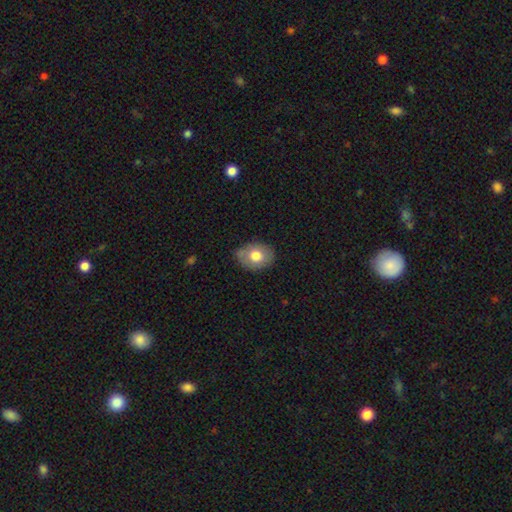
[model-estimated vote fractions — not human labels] smooth_or_featured: smooth (p=0.74) [alt: featured or disk p=0.19]
how_rounded: in between (p=0.64) [alt: round p=0.35]
merging: none (p=0.73) [alt: minor disturbance p=0.21]